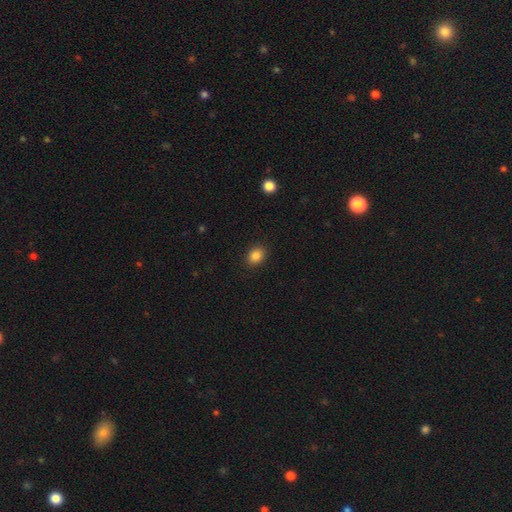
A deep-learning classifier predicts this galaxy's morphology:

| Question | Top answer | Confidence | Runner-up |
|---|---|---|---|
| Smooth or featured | smooth | 85% | star or artifact (10%) |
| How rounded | in between | 59% | round (40%) |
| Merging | none | 90% | minor disturbance (7%) |